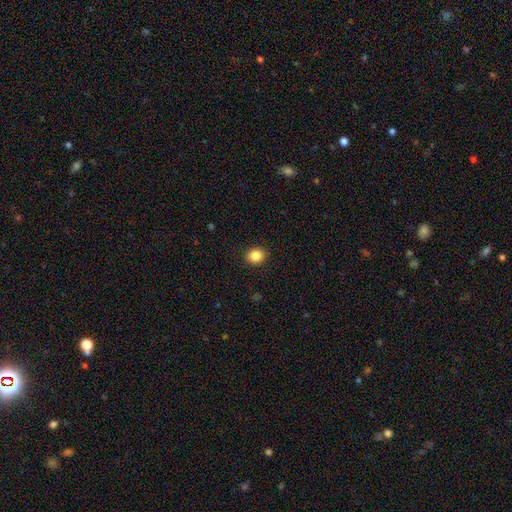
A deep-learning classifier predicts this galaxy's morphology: This appears to be a smooth galaxy with no disk features (86%) that is round (75%). Merging: none (91%).